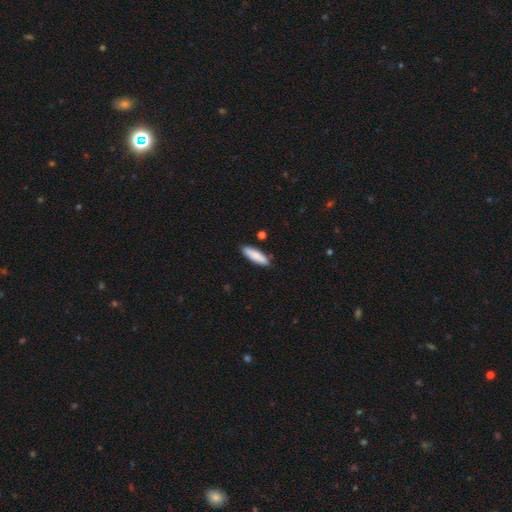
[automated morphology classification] smooth_or_featured: smooth (p=0.84) [alt: featured or disk p=0.10]
how_rounded: cigar-shaped (p=0.57) [alt: in between p=0.42]
merging: none (p=0.86) [alt: minor disturbance p=0.10]